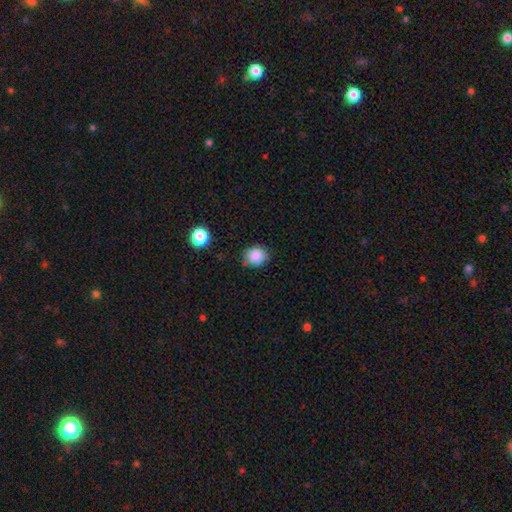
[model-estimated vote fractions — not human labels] smooth_or_featured: smooth (p=0.86) [alt: star or artifact p=0.10]
how_rounded: round (p=0.76) [alt: in between p=0.23]
merging: none (p=0.81) [alt: minor disturbance p=0.14]